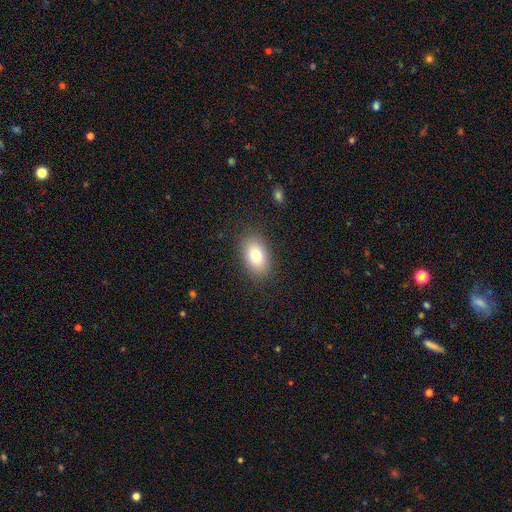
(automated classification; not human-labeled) Q: Smooth or featured?
A: smooth (79%); runner-up: featured or disk (12%)
Q: How rounded?
A: in between (86%); runner-up: round (12%)
Q: Merging?
A: none (87%); runner-up: minor disturbance (9%)